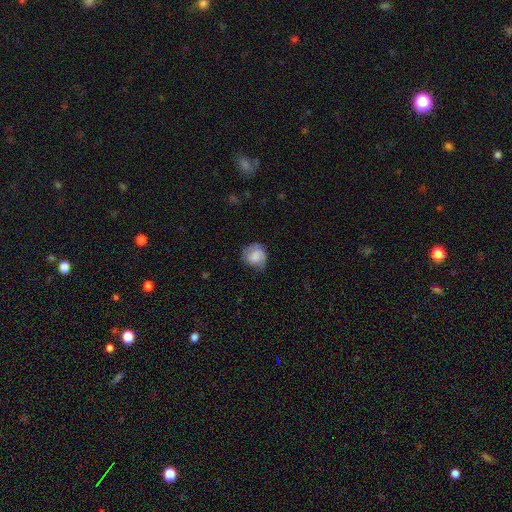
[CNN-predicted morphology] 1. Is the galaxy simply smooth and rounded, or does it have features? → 77% smooth, 15% featured or disk, 7% star or artifact.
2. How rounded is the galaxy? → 79% round, 20% in between, 1% cigar-shaped.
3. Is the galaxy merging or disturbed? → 61% none, 29% minor disturbance, 9% major disturbance, 1% merger.